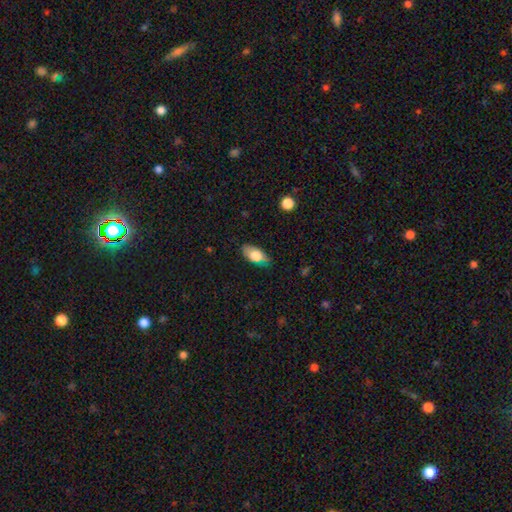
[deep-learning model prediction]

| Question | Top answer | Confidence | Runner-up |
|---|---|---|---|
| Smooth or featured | smooth | 75% | featured or disk (18%) |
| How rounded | in between | 90% | cigar-shaped (6%) |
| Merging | none | 73% | minor disturbance (21%) |